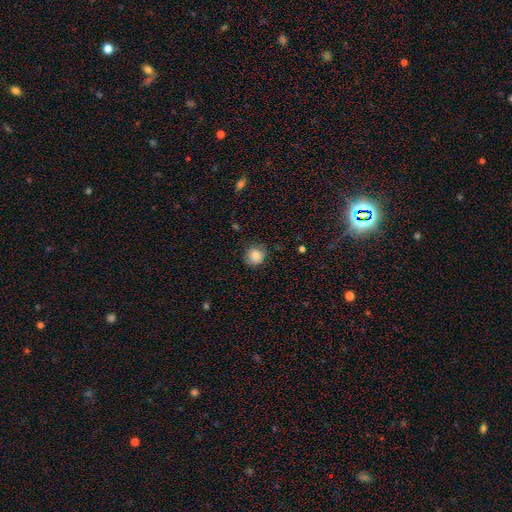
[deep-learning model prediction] Smooth or featured? smooth (85%)
How rounded? round (87%)
Merging? none (80%)